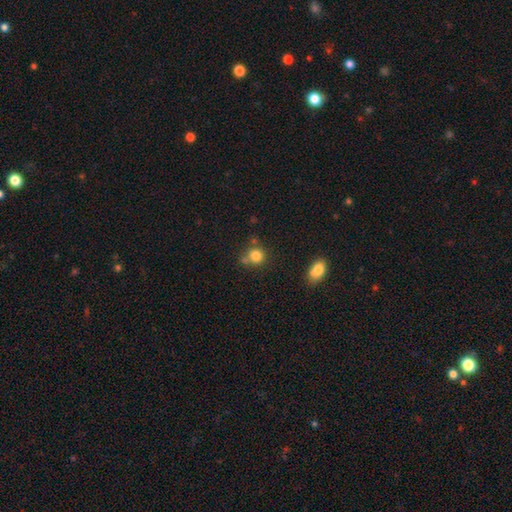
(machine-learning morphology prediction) smooth-or-featured: smooth: 81% | star or artifact: 12% | featured or disk: 7%
  how-rounded: round: 86% | in between: 13% | cigar-shaped: 1%
  merging: none: 62% | merger: 20% | minor disturbance: 14% | major disturbance: 4%